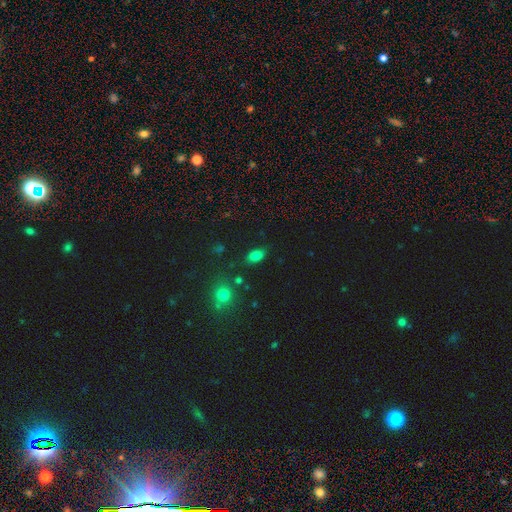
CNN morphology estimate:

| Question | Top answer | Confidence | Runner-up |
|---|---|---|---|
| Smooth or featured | smooth | 79% | star or artifact (13%) |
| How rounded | in between | 87% | round (11%) |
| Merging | none | 80% | minor disturbance (13%) |